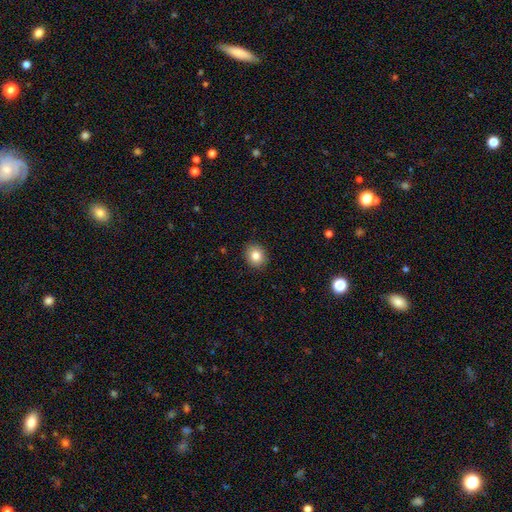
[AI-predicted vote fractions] Smooth or featured? Predicted: smooth (p=0.83). How rounded? Predicted: round (p=0.69). Merging? Predicted: none (p=0.90).